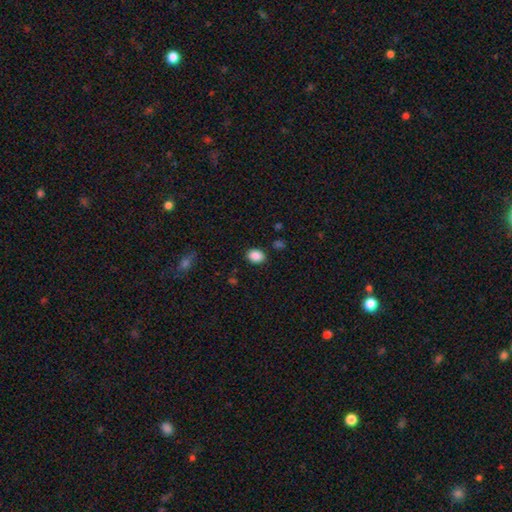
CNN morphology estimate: Smooth or featured: smooth — 88% (star or artifact — 9%)
How rounded: in between — 65% (round — 34%)
Merging: none — 86% (minor disturbance — 10%)